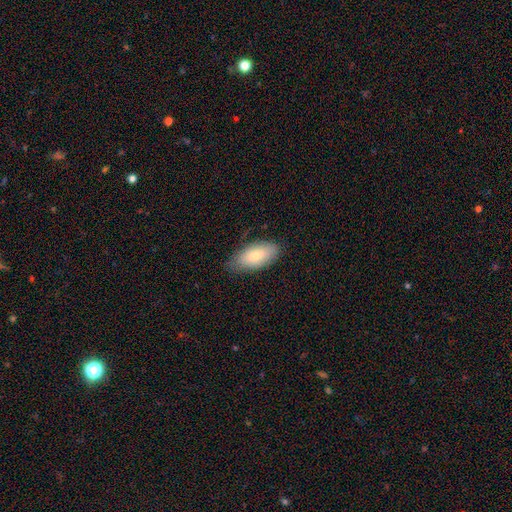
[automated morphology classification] A smooth galaxy with no disk features (75%) that is in between round and cigar-shaped (91%). Merging: none (76%).